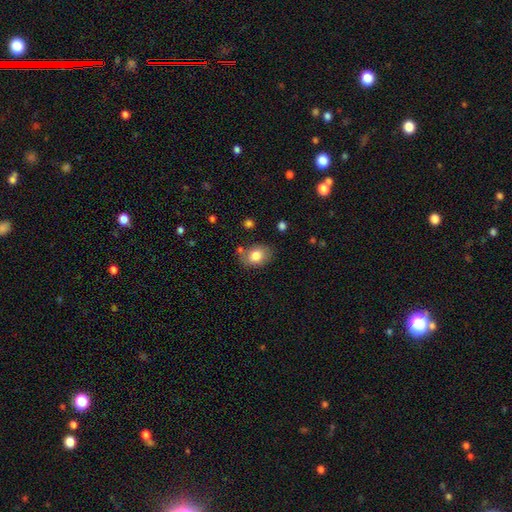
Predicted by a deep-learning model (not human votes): Overall: smooth (80%). How rounded: in between (67%; round 32%). Merging: none (72%).